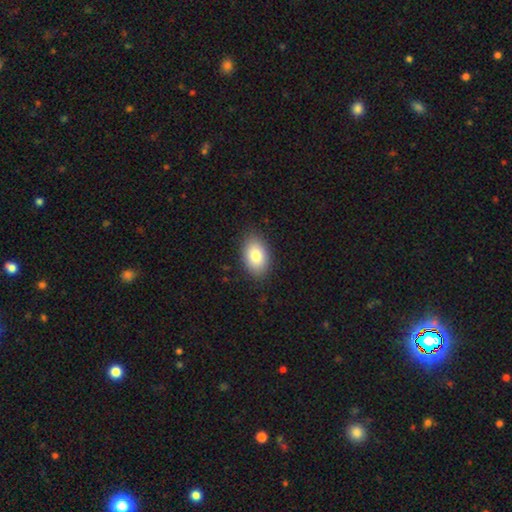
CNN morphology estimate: Q: Smooth or featured?
A: smooth (82%); runner-up: featured or disk (11%)
Q: How rounded?
A: in between (88%); runner-up: round (11%)
Q: Merging?
A: none (87%); runner-up: minor disturbance (10%)